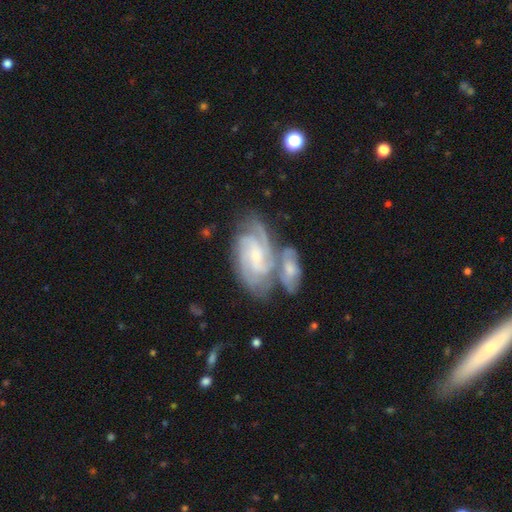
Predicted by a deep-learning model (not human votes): Smooth or featured: featured or disk — 85% (smooth — 9%)
Edge-on disk: no — 96% (yes — 4%)
Bar: no — 44% (weak — 43%)
Spiral arms: yes — 97% (no — 3%)
Spiral winding: tight — 58% (medium — 35%)
Spiral arm count: 3 — 29% (tied with 2 — 29%)
Bulge size: small — 58% (moderate — 28%)
Merging: merger — 41% (none — 39%)